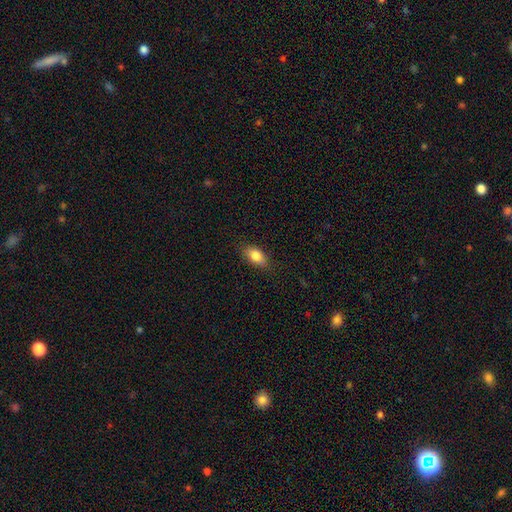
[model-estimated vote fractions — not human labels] smooth 84%, star or artifact 8%, featured or disk 8%. Down the decision tree: how rounded — in between (85%); merging — none (82%).